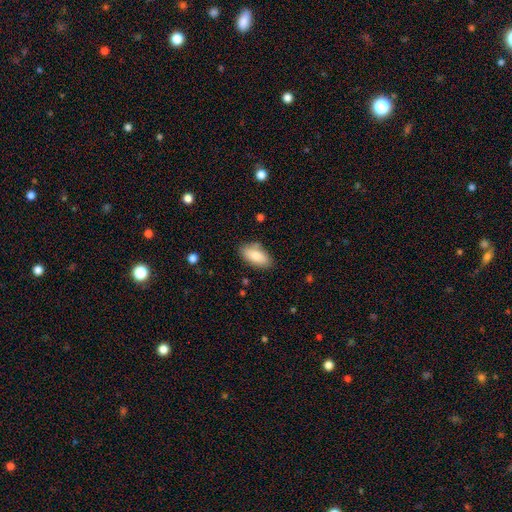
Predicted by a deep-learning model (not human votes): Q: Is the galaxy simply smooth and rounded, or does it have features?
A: smooth — 83%.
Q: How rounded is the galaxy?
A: in between — 92%.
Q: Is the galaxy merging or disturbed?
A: none — 80%.